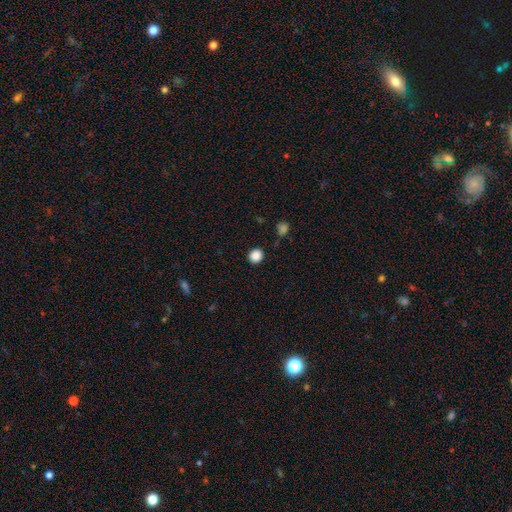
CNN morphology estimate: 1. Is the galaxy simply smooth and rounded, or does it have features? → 87% smooth, 10% star or artifact, 3% featured or disk.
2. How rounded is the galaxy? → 86% round, 13% in between, 1% cigar-shaped.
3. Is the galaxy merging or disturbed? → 90% none, 6% minor disturbance, 2% major disturbance, 2% merger.